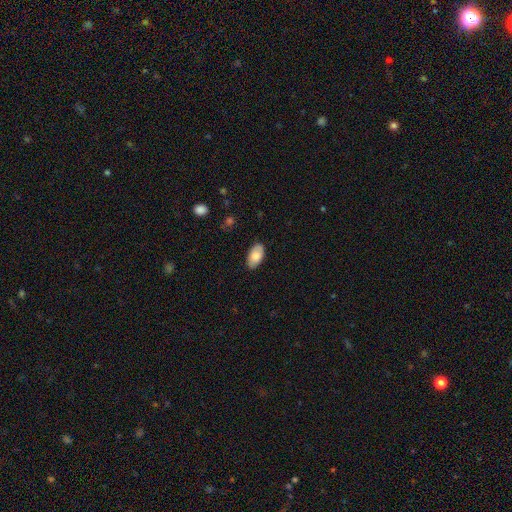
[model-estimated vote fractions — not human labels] This appears to be a smooth galaxy with no disk features (80%) that is in between round and cigar-shaped (95%). Merging: none (84%).